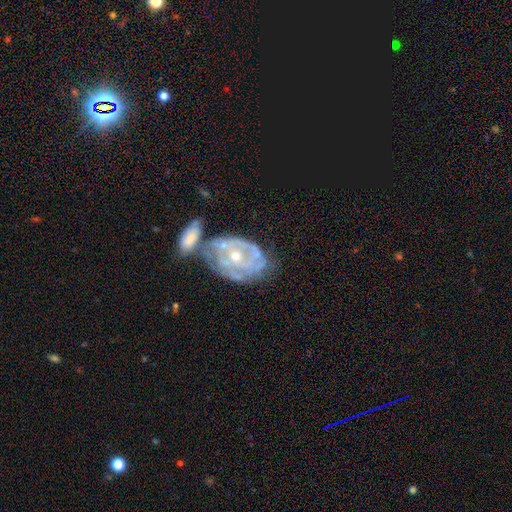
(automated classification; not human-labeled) The model was most divided on "merging": merger: 33%, none: 29%, minor disturbance: 21%, major disturbance: 16%. More confident: edge-on disk — no (96%); smooth or featured — featured or disk (77%); bar — no (74%); spiral arms — yes (66%); bulge size — small (53%).